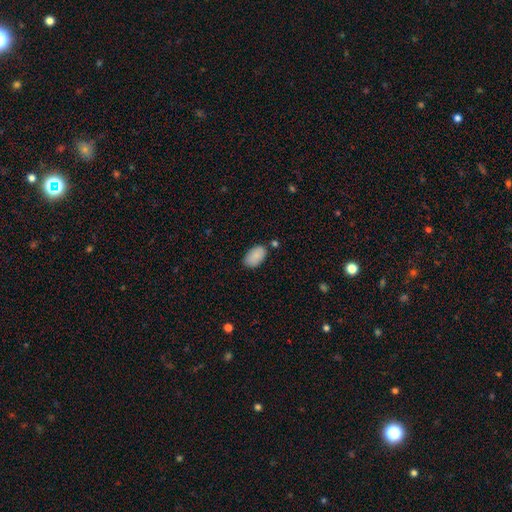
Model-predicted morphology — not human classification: smooth-or-featured: smooth: 88% | star or artifact: 7% | featured or disk: 5%
  how-rounded: in between: 94% | round: 5% | cigar-shaped: 1%
  merging: none: 76% | minor disturbance: 16% | merger: 5% | major disturbance: 3%